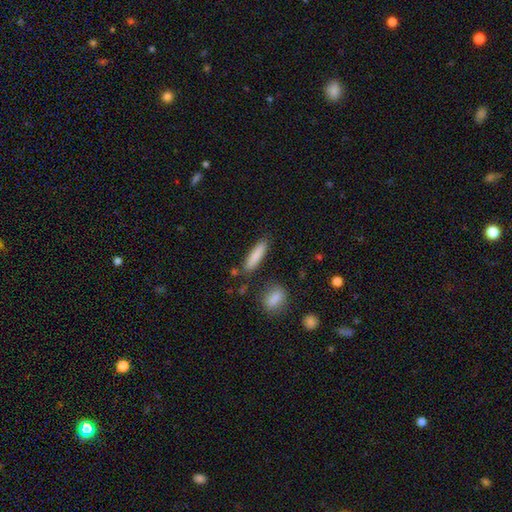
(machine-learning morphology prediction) smooth-or-featured: smooth: 84% | featured or disk: 9% | star or artifact: 6%
  how-rounded: cigar-shaped: 78% | in between: 20% | round: 2%
  merging: none: 84% | minor disturbance: 10% | merger: 4% | major disturbance: 3%